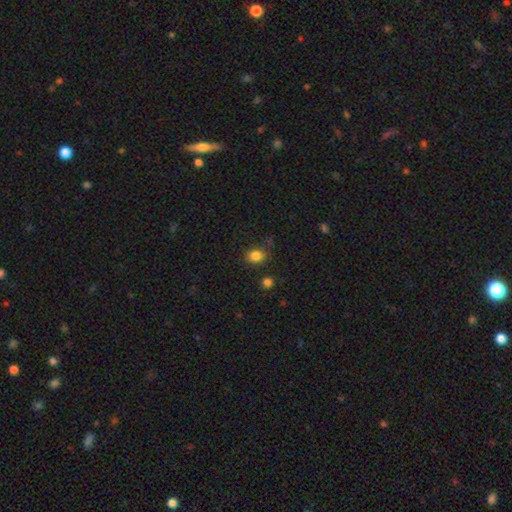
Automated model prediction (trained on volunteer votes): A smooth galaxy with no disk features (83%) that is round (68%).

Vote fractions:
- Smooth or featured? smooth: 83% / star or artifact: 12% / featured or disk: 5%
- How rounded? round: 68% / in between: 31% / cigar-shaped: 1%
- Merging? none: 80% / minor disturbance: 12% / merger: 4% / major disturbance: 4%